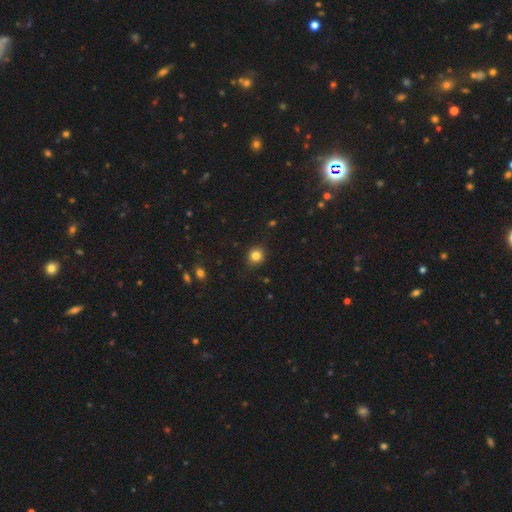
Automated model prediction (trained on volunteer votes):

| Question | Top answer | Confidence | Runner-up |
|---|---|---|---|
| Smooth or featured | smooth | 83% | star or artifact (12%) |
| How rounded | round | 83% | in between (16%) |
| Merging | none | 87% | minor disturbance (9%) |